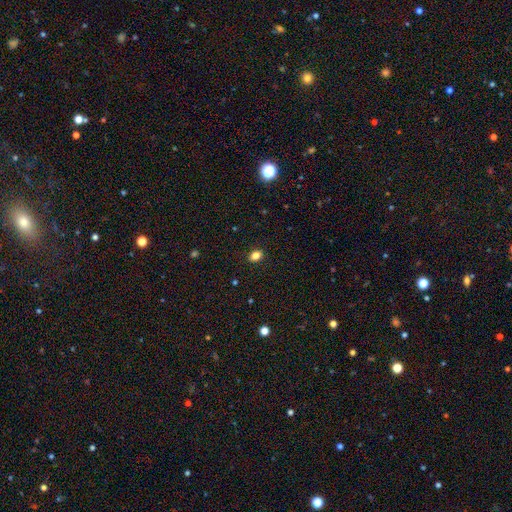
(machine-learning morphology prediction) Smooth or featured? Predicted: smooth (p=0.83). How rounded? Predicted: in between (p=0.63). Merging? Predicted: none (p=0.89).